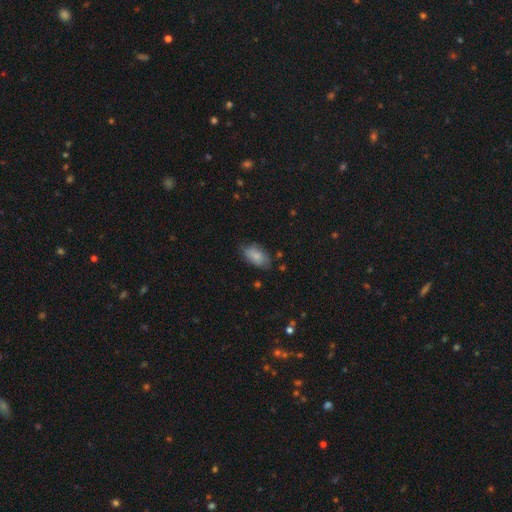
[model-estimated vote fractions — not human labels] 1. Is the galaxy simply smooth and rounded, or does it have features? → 80% smooth, 13% featured or disk, 7% star or artifact.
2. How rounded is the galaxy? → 93% in between, 4% round, 3% cigar-shaped.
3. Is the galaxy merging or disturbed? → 68% none, 25% minor disturbance, 5% major disturbance, 2% merger.